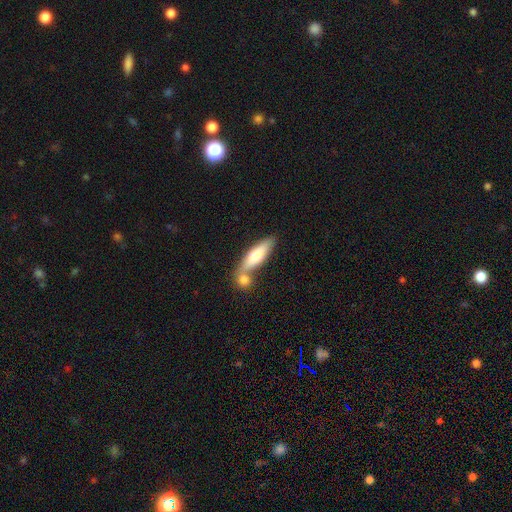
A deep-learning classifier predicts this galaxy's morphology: Smooth or featured? Predicted: smooth (p=0.70). How rounded? Predicted: cigar-shaped (p=0.56). Merging? Predicted: none (p=0.46).